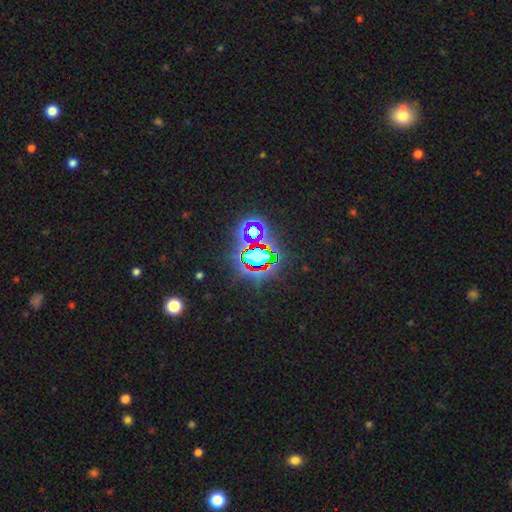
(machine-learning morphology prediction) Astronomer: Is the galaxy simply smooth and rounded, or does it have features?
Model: star or artifact — 73%.